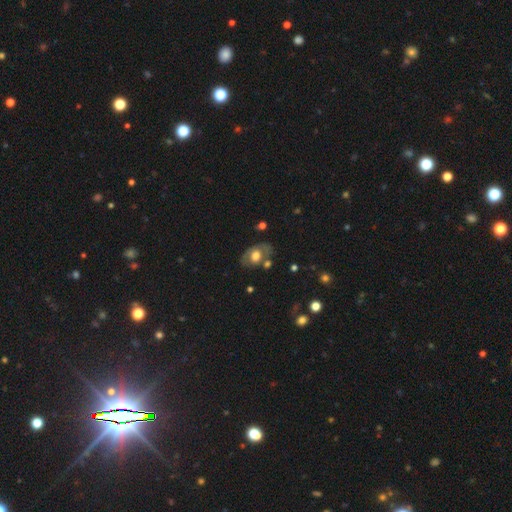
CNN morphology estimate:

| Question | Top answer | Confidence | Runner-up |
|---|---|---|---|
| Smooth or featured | smooth | 53% | featured or disk (40%) |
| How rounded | in between | 79% | round (20%) |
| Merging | none | 61% | minor disturbance (21%) |